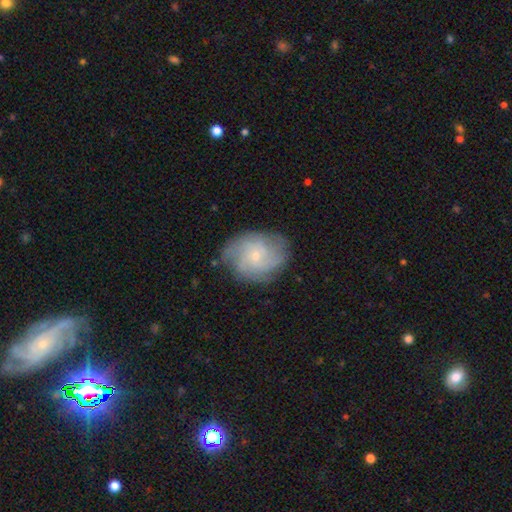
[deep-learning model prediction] Q: Smooth or featured?
A: featured or disk (66%); runner-up: smooth (26%)
Q: Edge-on disk?
A: no (97%); runner-up: yes (3%)
Q: Bar?
A: no (76%); runner-up: weak (22%)
Q: Spiral arms?
A: yes (90%); runner-up: no (10%)
Q: Spiral winding?
A: tight (46%); runner-up: medium (38%)
Q: Spiral arm count?
A: can't tell (37%); runner-up: 4 (23%)
Q: Bulge size?
A: small (74%); runner-up: moderate (21%)
Q: Merging?
A: none (74%); runner-up: minor disturbance (18%)